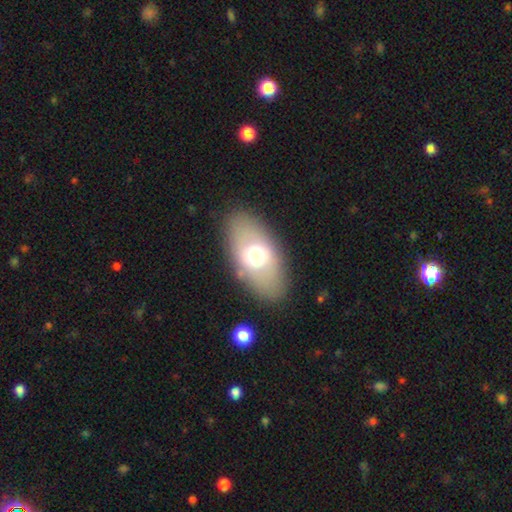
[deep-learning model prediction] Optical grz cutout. It shows a smooth galaxy with no disk features (61%) that is in between round and cigar-shaped (87%). Merging: none (84%).